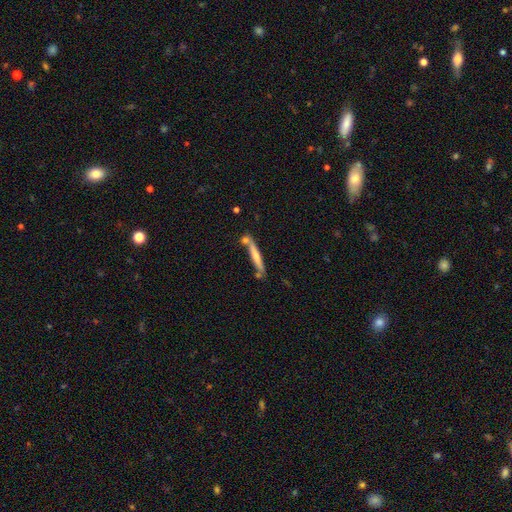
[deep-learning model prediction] A smooth galaxy with no disk features (53%) that is cigar-shaped (94%). Merging: none (68%).